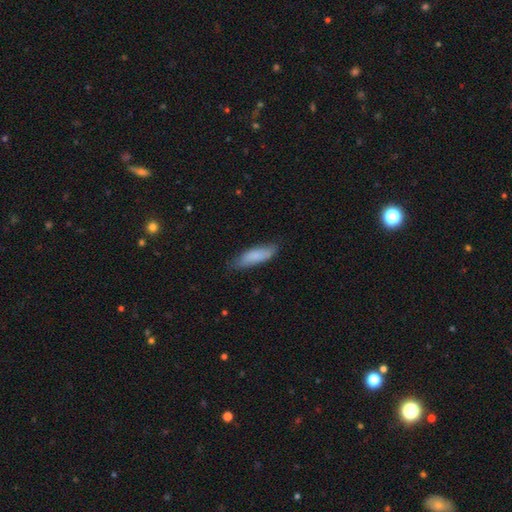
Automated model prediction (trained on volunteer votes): smooth_or_featured: smooth (p=0.83) [alt: featured or disk p=0.11]
how_rounded: cigar-shaped (p=0.54) [alt: in between p=0.44]
merging: none (p=0.76) [alt: minor disturbance p=0.19]